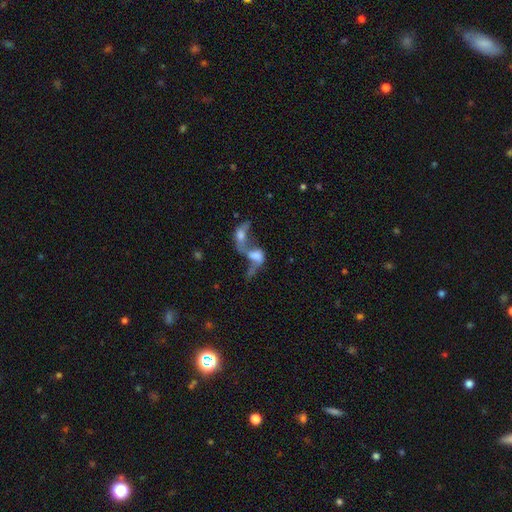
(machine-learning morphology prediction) This is possibly a featured or disk galaxy (46%). Merging: likely merger (77%).